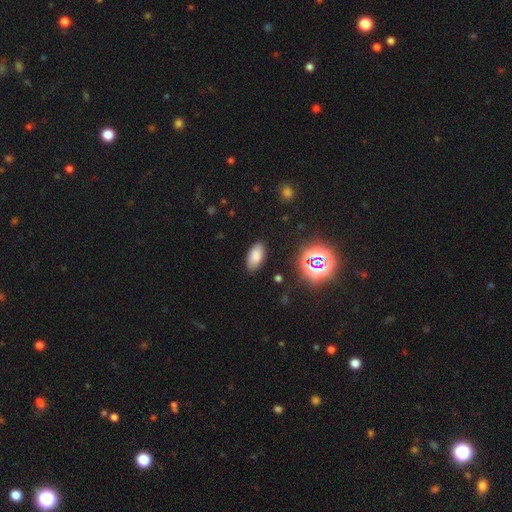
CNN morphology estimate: A smooth galaxy with no disk features (79%) that is in between round and cigar-shaped (93%). Merging: none (86%).